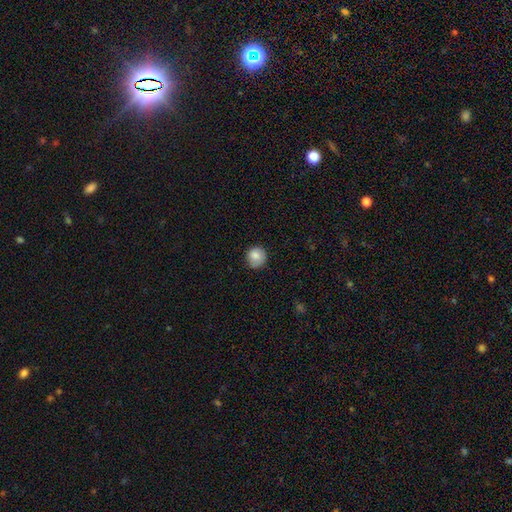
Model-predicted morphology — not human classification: This is clearly a smooth galaxy (83%). How rounded: clearly round (90%). Merging: likely none (75%).